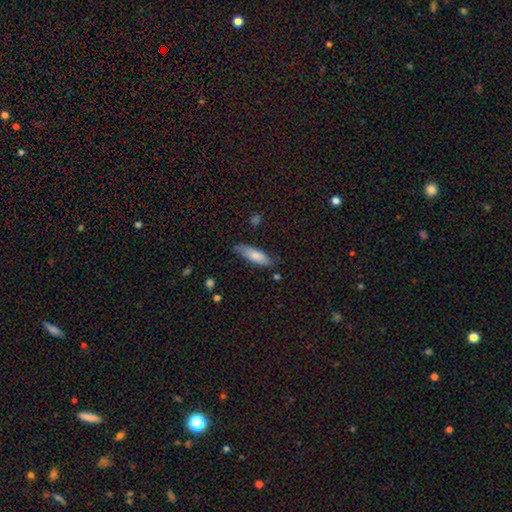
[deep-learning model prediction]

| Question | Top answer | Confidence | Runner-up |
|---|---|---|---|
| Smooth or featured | smooth | 77% | featured or disk (17%) |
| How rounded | cigar-shaped | 50% | in between (48%) |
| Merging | none | 73% | minor disturbance (21%) |